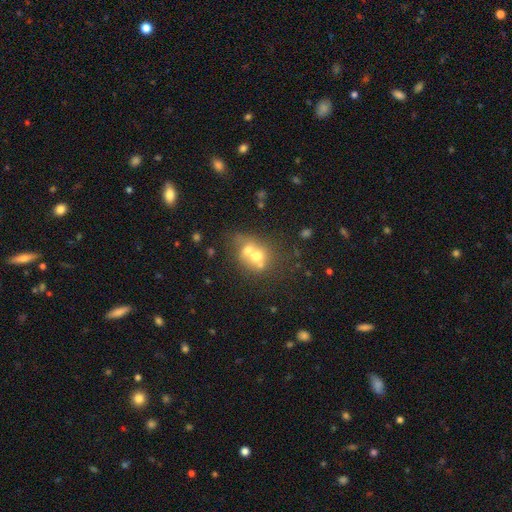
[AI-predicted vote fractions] A smooth galaxy with no disk features (55%) that is round (65%). Merging: merger (61%).